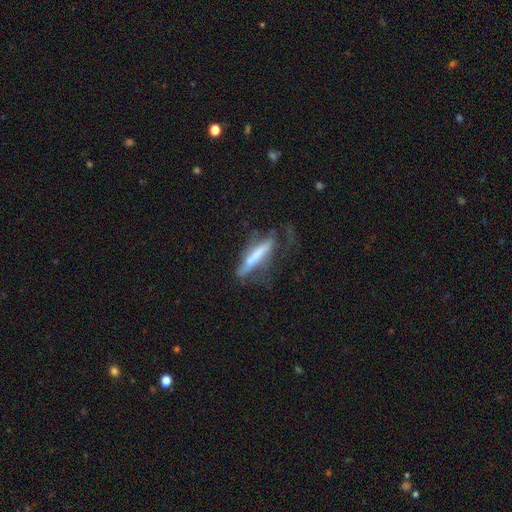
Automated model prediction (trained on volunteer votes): smooth-or-featured: smooth: 47% | featured or disk: 46% | star or artifact: 7%
  merging: major disturbance: 36% (tied) | none: 36% (tied) | minor disturbance: 24% | merger: 4%